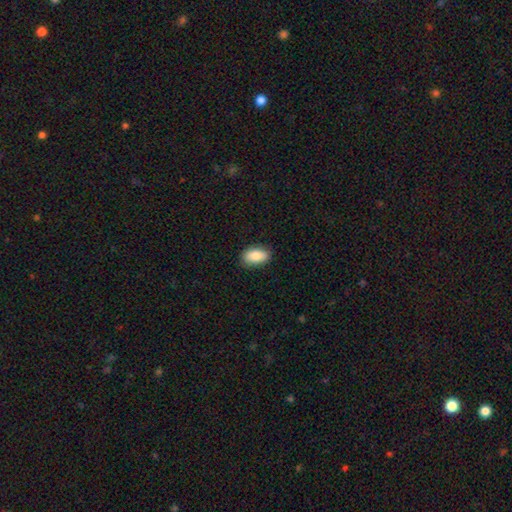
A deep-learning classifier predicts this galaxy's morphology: This appears to be a smooth galaxy with no disk features (86%) that is in between round and cigar-shaped (92%). Merging: none (86%).